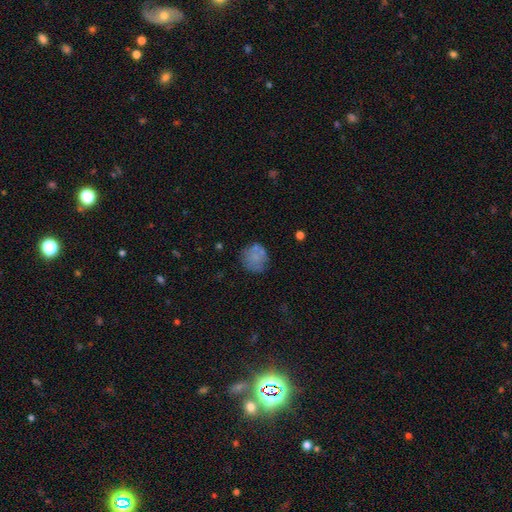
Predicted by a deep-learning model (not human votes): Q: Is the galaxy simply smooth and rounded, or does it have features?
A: smooth — 70%.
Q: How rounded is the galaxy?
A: round — 87%.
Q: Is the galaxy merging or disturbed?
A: none — 65%.